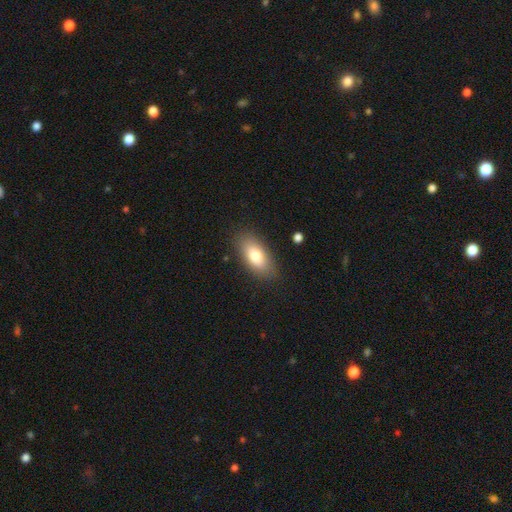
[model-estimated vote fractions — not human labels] Smooth or featured? Predicted: smooth (p=0.77). How rounded? Predicted: in between (p=0.88). Merging? Predicted: none (p=0.86).